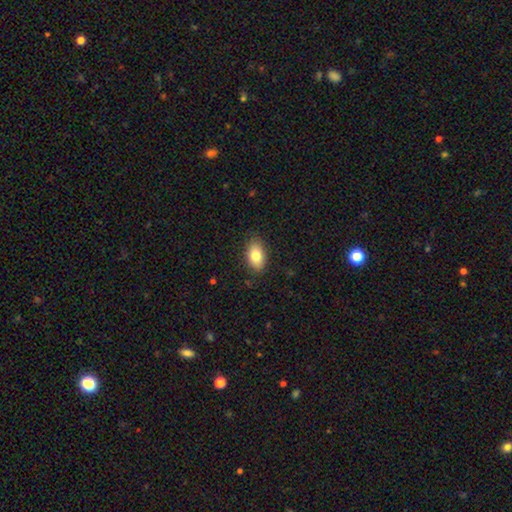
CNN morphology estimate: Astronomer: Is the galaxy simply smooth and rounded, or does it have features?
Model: smooth — 81%.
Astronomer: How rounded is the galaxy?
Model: in between — 92%.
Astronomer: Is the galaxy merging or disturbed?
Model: none — 85%.